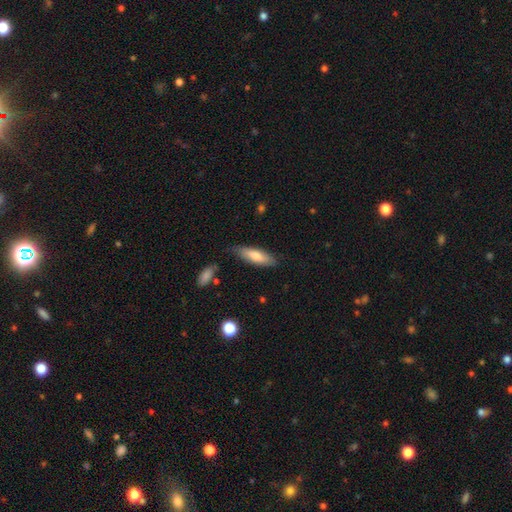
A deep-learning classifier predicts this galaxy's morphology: smooth 71%, featured or disk 23%, star or artifact 6%. Down the decision tree: how rounded — cigar-shaped (49%, tied with in between); merging — none (74%).